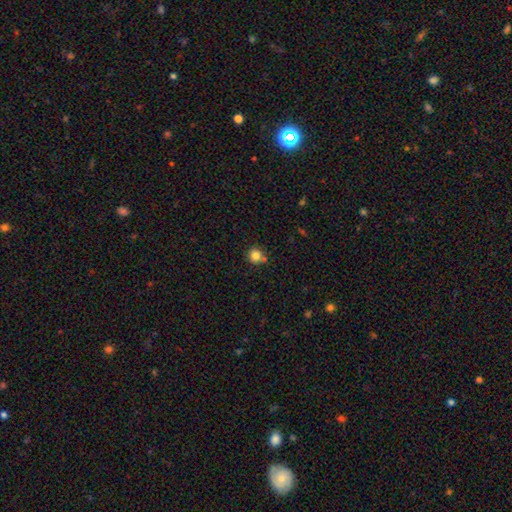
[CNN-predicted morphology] smooth-or-featured: smooth: 82% | star or artifact: 12% | featured or disk: 6%
  how-rounded: round: 93% | in between: 6% | cigar-shaped: 1%
  merging: none: 74% | merger: 11% | minor disturbance: 11% | major disturbance: 3%